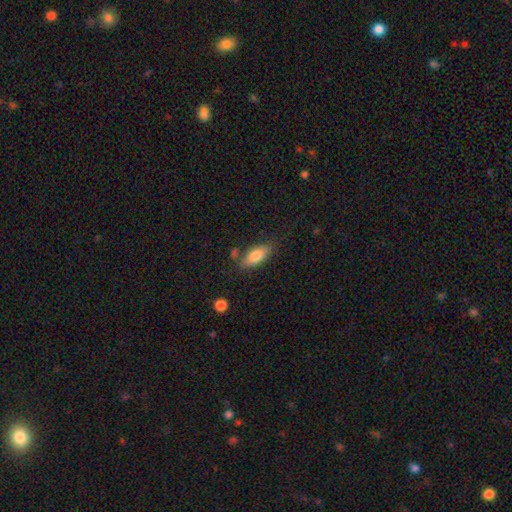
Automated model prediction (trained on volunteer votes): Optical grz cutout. It shows a smooth galaxy with no disk features (76%) that is in between round and cigar-shaped (76%). Merging: none (71%).